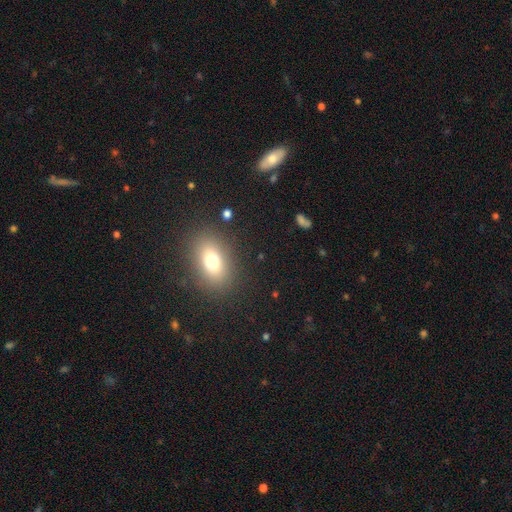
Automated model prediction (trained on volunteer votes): This is likely a smooth galaxy (71%). How rounded: likely in between (76%). Merging: clearly none (89%).